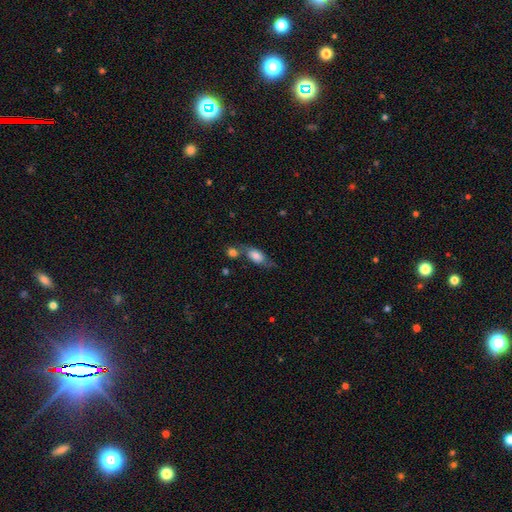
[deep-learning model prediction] Smooth or featured: smooth — 65% (featured or disk — 27%)
How rounded: in between — 76% (cigar-shaped — 14%)
Merging: none — 44% (merger — 27%)